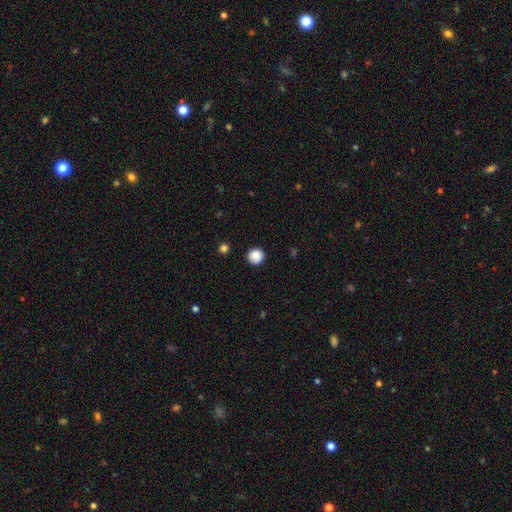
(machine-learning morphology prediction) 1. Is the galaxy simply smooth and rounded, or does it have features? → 88% smooth, 9% star or artifact, 3% featured or disk.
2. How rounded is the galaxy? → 94% round, 5% in between, 1% cigar-shaped.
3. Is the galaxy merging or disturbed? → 92% none, 5% minor disturbance, 2% major disturbance, 1% merger.